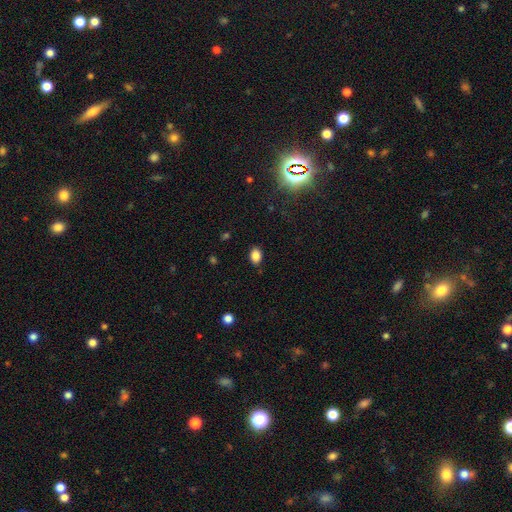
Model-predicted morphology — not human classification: smooth-or-featured: smooth: 85% | star or artifact: 10% | featured or disk: 5%
  how-rounded: in between: 76% | round: 23% | cigar-shaped: 1%
  merging: none: 86% | minor disturbance: 10% | major disturbance: 3% | merger: 1%